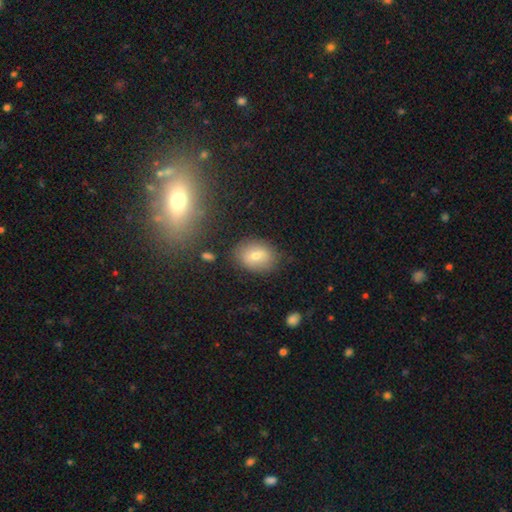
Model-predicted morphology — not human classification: The model was most divided on "how rounded": in between: 65%, round: 34%, cigar-shaped: 1%. More confident: merging — none (80%); smooth or featured — smooth (70%).